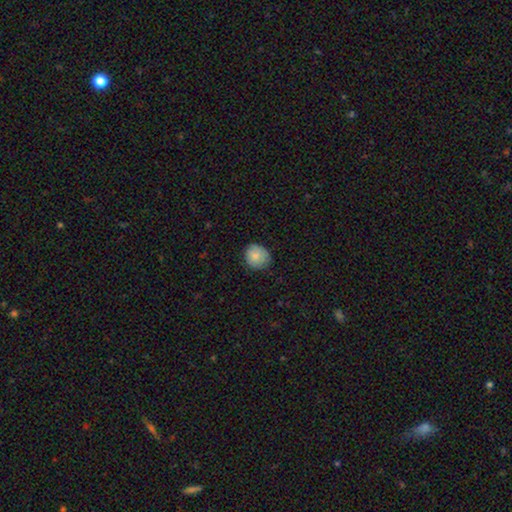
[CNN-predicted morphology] This appears to be a smooth galaxy with no disk features (82%) that is round (79%). Merging: none (78%).